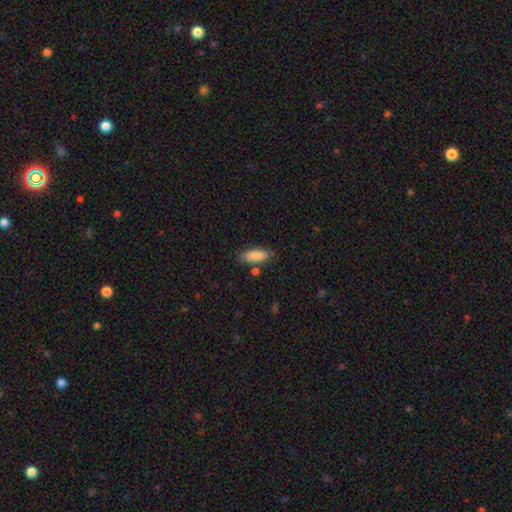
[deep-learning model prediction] This appears to be a smooth galaxy with no disk features (86%) that is in between round and cigar-shaped (72%). Merging: none (78%).